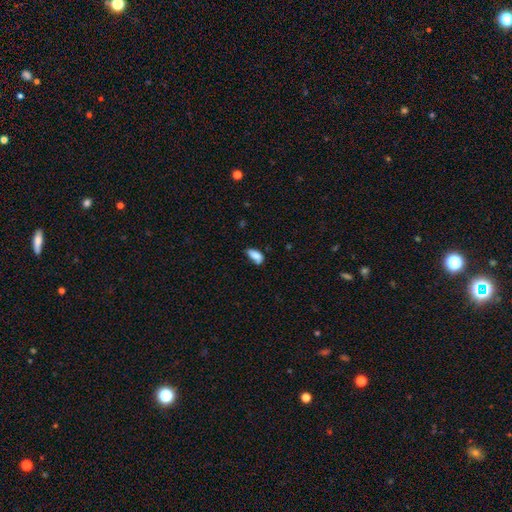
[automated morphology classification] Q: Smooth or featured?
A: smooth (83%); runner-up: featured or disk (9%)
Q: How rounded?
A: in between (90%); runner-up: cigar-shaped (6%)
Q: Merging?
A: none (48%); runner-up: minor disturbance (34%)